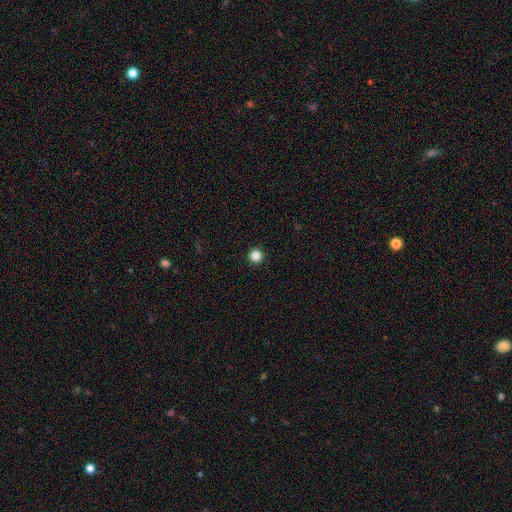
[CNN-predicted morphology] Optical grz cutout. It shows a smooth galaxy with no disk features (85%) that is round (97%). Merging: none (94%).